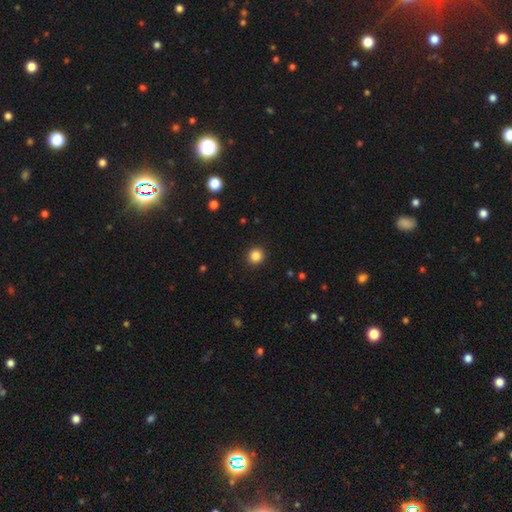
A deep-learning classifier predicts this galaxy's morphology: smooth_or_featured: smooth (p=0.85) [alt: star or artifact p=0.11]
how_rounded: round (p=0.93) [alt: in between p=0.06]
merging: none (p=0.92) [alt: minor disturbance p=0.05]